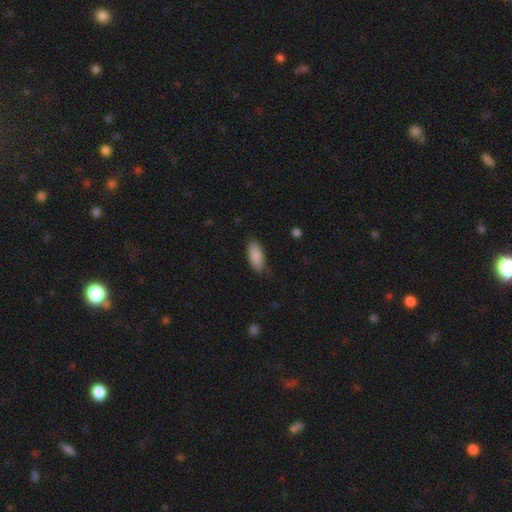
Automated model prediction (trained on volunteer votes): smooth 89%, star or artifact 6%, featured or disk 5%. Down the decision tree: how rounded — in between (83%); merging — none (83%).